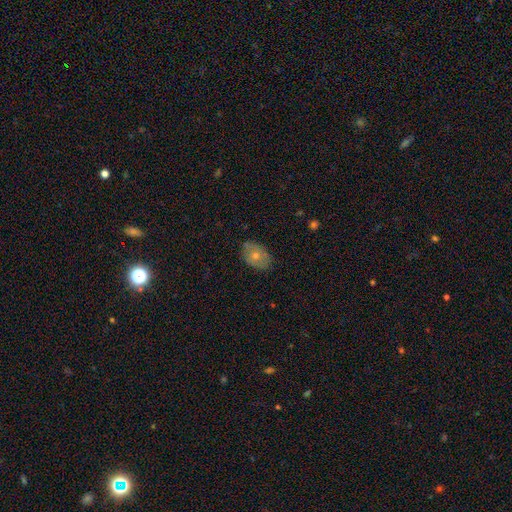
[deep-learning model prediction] smooth_or_featured: smooth (p=0.60) [alt: featured or disk p=0.33]
how_rounded: in between (p=0.78) [alt: round p=0.20]
merging: none (p=0.75) [alt: minor disturbance p=0.20]